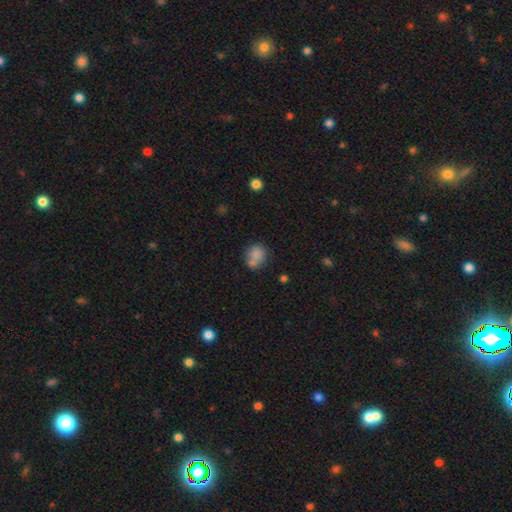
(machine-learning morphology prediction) This appears to be a smooth galaxy with no disk features (79%) that is round (64%). Merging: none (50%).